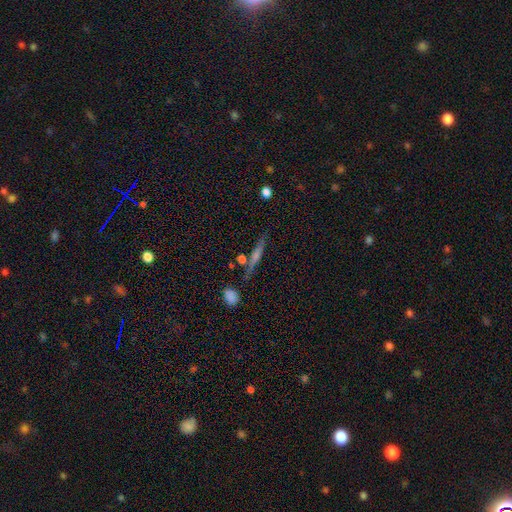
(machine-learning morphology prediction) The model was most divided on "smooth or featured": featured or disk: 46%, smooth: 29%, star or artifact: 25%. More confident: merging — none (76%).